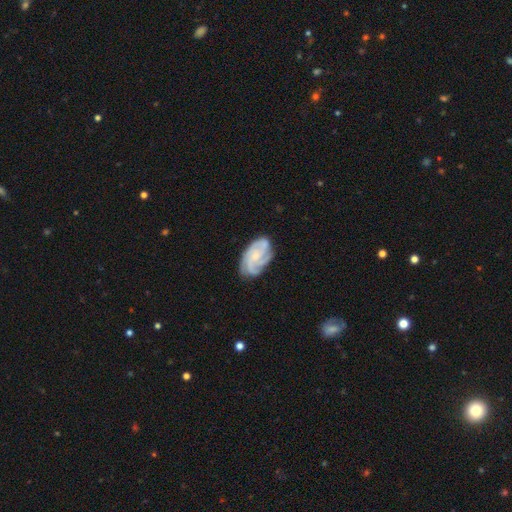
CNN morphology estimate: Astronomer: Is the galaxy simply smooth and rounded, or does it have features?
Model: featured or disk — 80%.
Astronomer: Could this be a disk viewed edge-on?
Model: no — 97%.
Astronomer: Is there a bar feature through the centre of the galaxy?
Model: no — 69%.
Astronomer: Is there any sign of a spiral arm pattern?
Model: yes — 96%.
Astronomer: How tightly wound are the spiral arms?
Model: tight — 54% (runner-up: medium, 37%).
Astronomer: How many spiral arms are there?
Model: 3 — 37% (runner-up: 4, 22%).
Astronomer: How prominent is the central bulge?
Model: small — 56%.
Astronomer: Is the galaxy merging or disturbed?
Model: none — 70%.